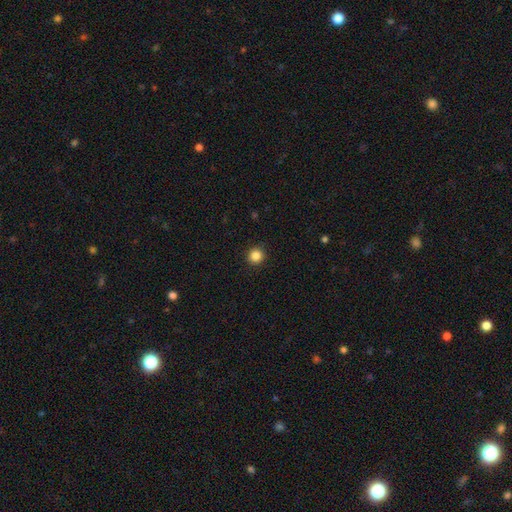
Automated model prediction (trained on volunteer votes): Overall: smooth (85%). How rounded: round (95%). Merging: none (93%).